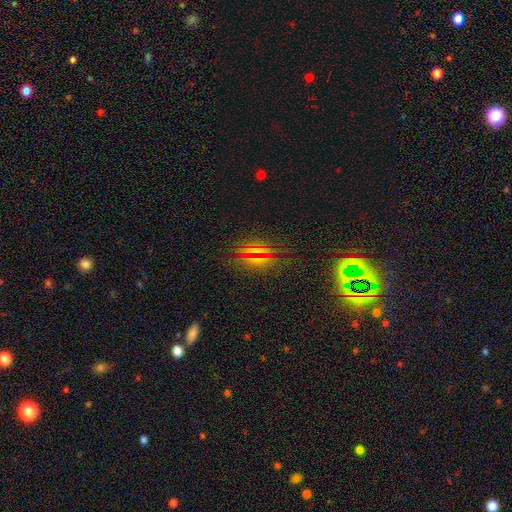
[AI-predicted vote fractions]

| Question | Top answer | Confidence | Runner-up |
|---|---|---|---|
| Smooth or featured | star or artifact | 52% | smooth (32%) |